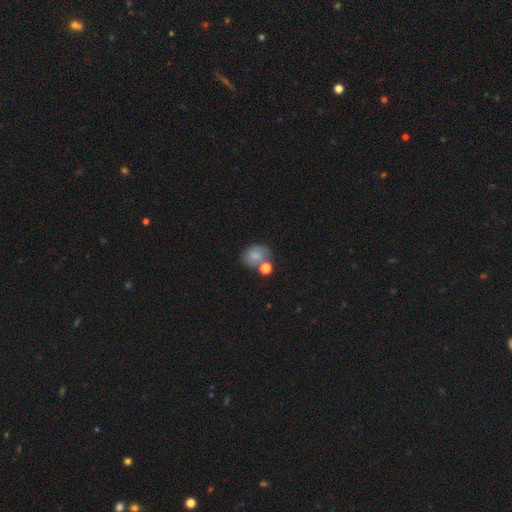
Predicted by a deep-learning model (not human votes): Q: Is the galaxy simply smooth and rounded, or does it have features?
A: smooth — 70%.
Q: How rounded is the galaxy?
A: round — 54%.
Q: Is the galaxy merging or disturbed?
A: none — 48%.